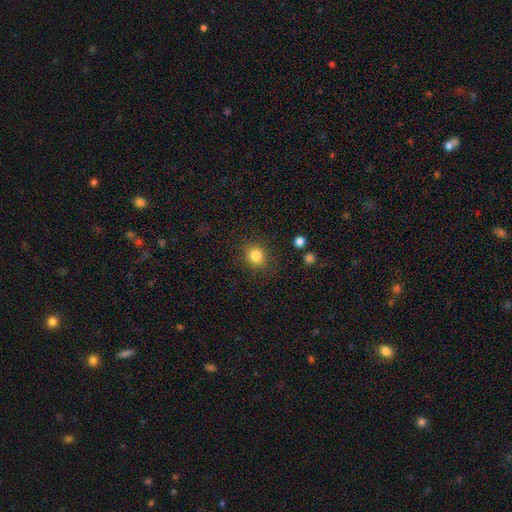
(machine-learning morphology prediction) Smooth or featured?
  - smooth: 84% *
  - star or artifact: 11%
  - featured or disk: 5%
How rounded?
  - round: 84% *
  - in between: 15%
  - cigar-shaped: 1%
Merging?
  - none: 86% *
  - minor disturbance: 9%
  - major disturbance: 3%
  - merger: 2%